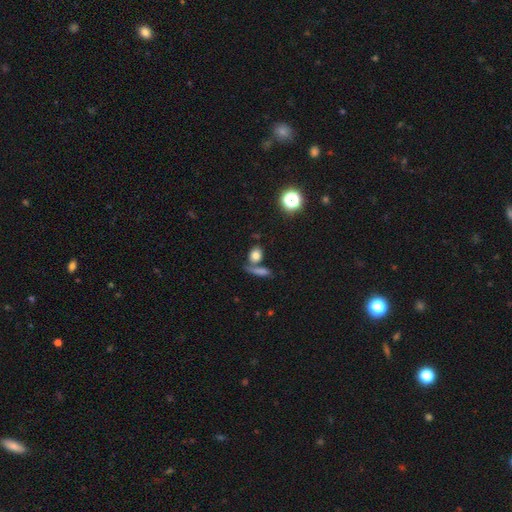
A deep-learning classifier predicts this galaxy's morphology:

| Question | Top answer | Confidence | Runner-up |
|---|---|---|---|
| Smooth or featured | smooth | 78% | star or artifact (12%) |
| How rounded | in between | 49% | round (45%) |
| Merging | none | 55% | merger (29%) |